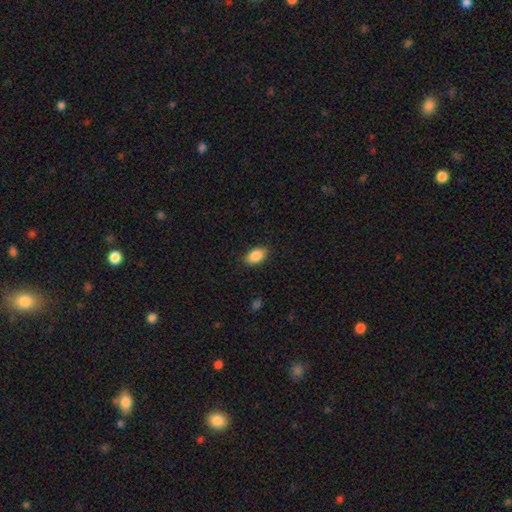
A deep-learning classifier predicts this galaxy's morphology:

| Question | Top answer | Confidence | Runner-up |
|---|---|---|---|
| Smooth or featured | smooth | 89% | star or artifact (7%) |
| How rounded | in between | 91% | round (8%) |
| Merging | none | 87% | minor disturbance (9%) |